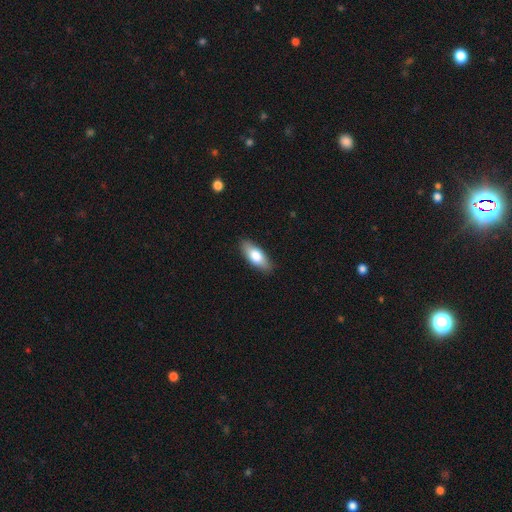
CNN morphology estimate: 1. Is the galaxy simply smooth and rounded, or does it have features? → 76% smooth, 18% featured or disk, 6% star or artifact.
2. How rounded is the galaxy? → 77% in between, 21% cigar-shaped, 2% round.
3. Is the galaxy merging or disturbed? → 87% none, 10% minor disturbance, 2% major disturbance, 1% merger.